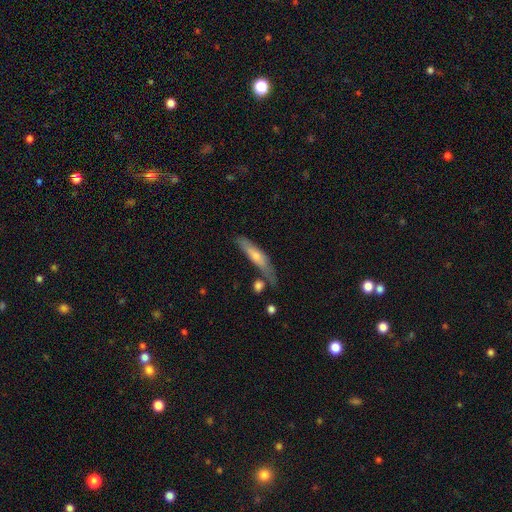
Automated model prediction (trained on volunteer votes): Smooth or featured? Predicted: smooth (p=0.52). How rounded? Predicted: cigar-shaped (p=0.85). Merging? Predicted: none (p=0.64).